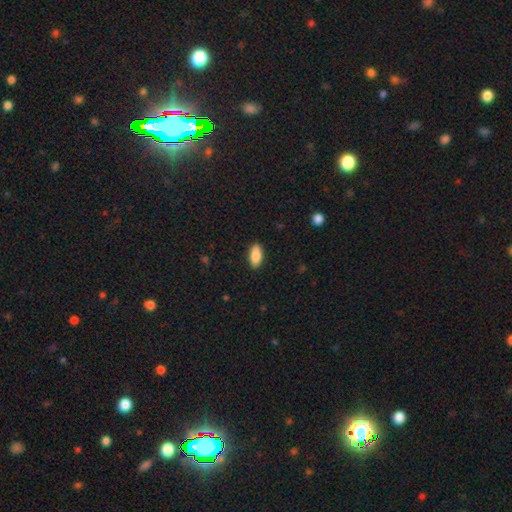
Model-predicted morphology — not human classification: A smooth galaxy with no disk features (86%) that is in between round and cigar-shaped (88%). Merging: none (89%).